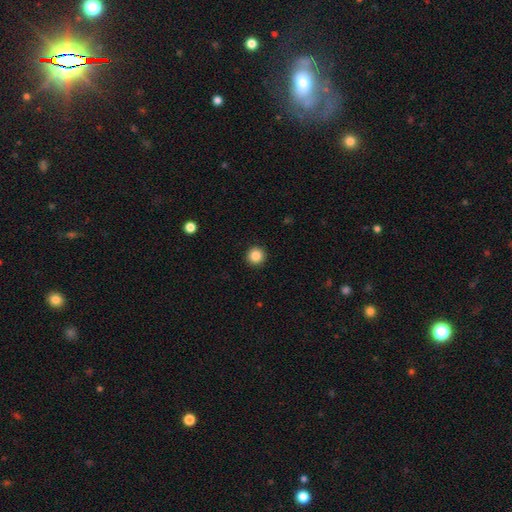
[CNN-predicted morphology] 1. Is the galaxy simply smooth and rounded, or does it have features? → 86% smooth, 10% star or artifact, 4% featured or disk.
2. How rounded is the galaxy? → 96% round, 3% in between, 1% cigar-shaped.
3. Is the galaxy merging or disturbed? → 93% none, 4% minor disturbance, 2% major disturbance, 1% merger.